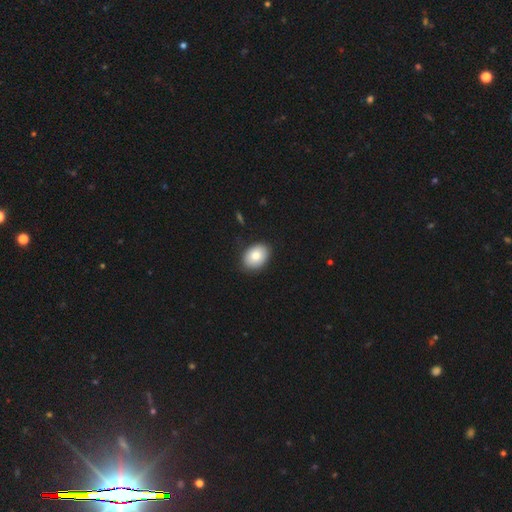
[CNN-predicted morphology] This appears to be a smooth galaxy with no disk features (82%) that is in between round and cigar-shaped (79%). Merging: none (87%).